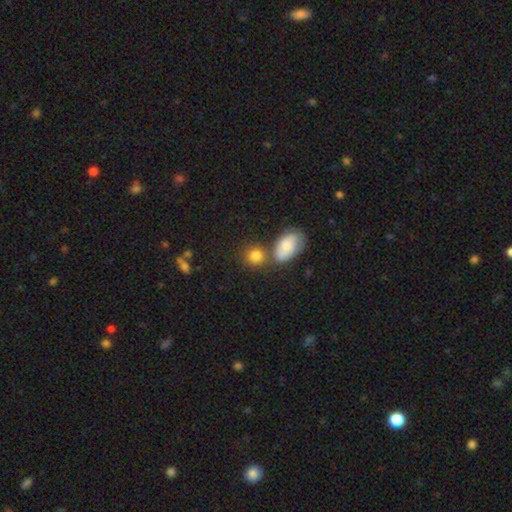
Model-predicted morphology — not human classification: Overall: smooth (83%). How rounded: round (70%). Merging: none (60%; merger 24%).